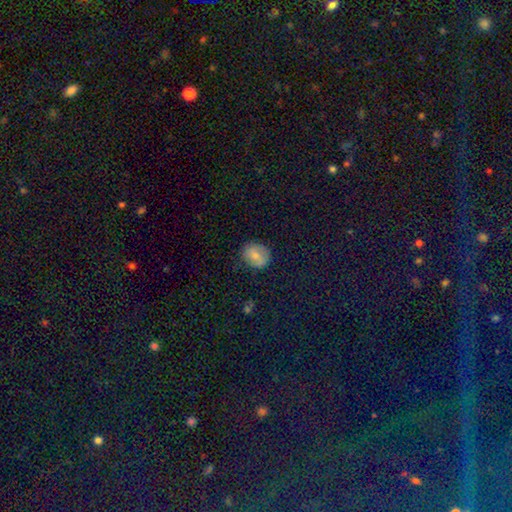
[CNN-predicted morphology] Q: Smooth or featured?
A: smooth (74%); runner-up: featured or disk (17%)
Q: How rounded?
A: round (63%); runner-up: in between (36%)
Q: Merging?
A: none (73%); runner-up: minor disturbance (20%)